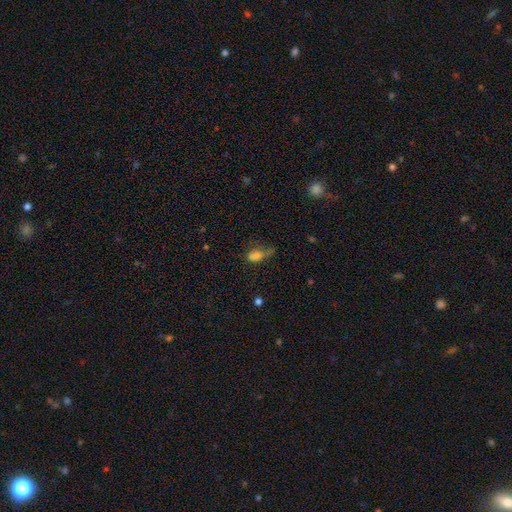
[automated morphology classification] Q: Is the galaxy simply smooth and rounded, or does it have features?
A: smooth — 67%.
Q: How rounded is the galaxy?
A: in between — 79%.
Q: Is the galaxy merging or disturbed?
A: major disturbance — 37%.